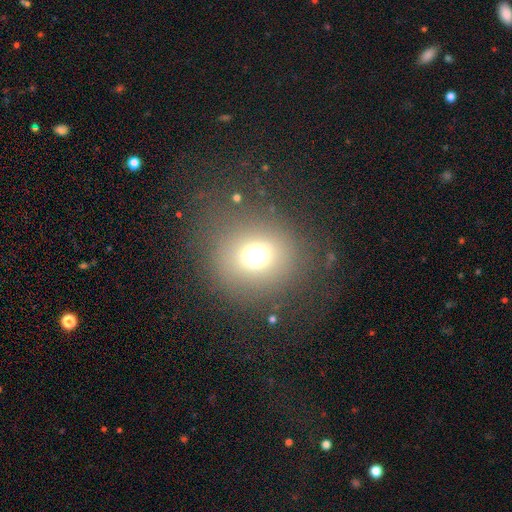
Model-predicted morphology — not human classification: smooth 67%, star or artifact 23%, featured or disk 10%. Down the decision tree: how rounded — round (87%); merging — none (80%).